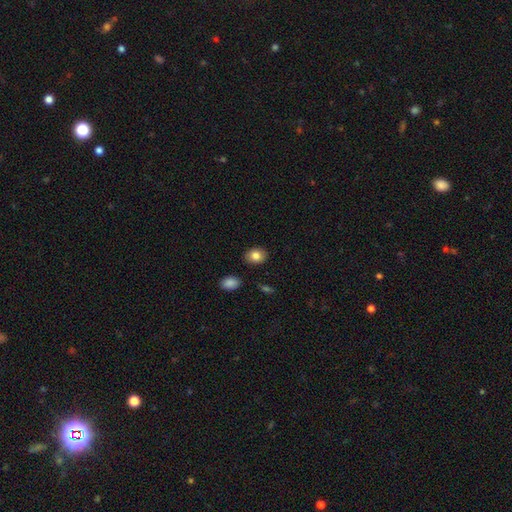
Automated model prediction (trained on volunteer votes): A smooth galaxy with no disk features (84%) that is in between round and cigar-shaped (60%).

Vote fractions:
- Smooth or featured? smooth: 84% / star or artifact: 8% / featured or disk: 7%
- How rounded? in between: 60% / round: 39% / cigar-shaped: 1%
- Merging? none: 86% / minor disturbance: 9% / major disturbance: 2% / merger: 2%